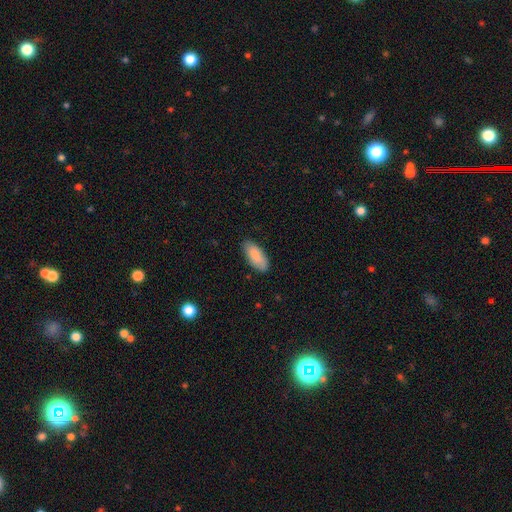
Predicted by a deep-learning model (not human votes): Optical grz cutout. It shows a smooth galaxy with no disk features (88%) that is in between round and cigar-shaped (88%). Merging: none (84%).